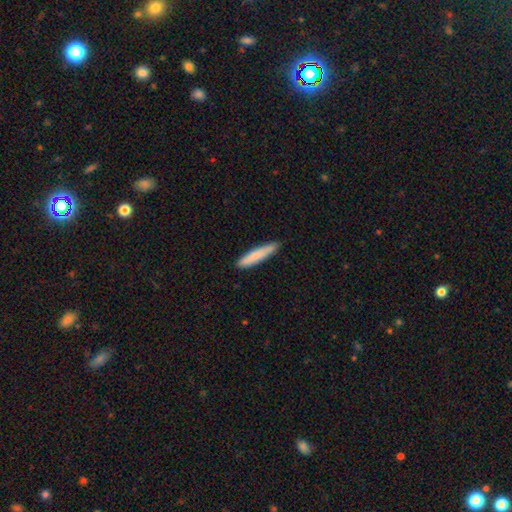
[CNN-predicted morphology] This appears to be a smooth galaxy with no disk features (81%) that is cigar-shaped (91%). Merging: none (88%).